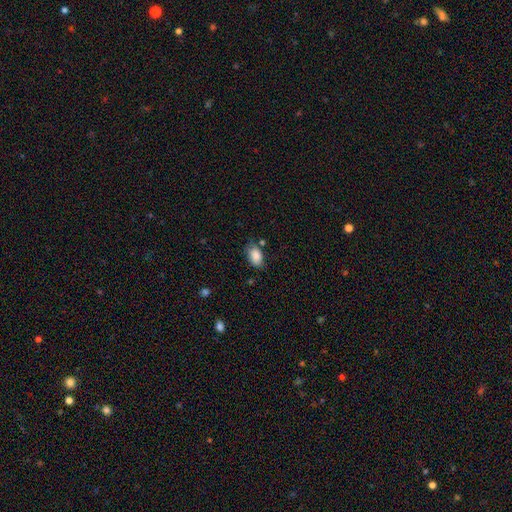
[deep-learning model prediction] The model was most divided on "merging": none: 69%, minor disturbance: 22%, major disturbance: 5%, merger: 4%. More confident: how rounded — in between (89%); smooth or featured — smooth (87%).